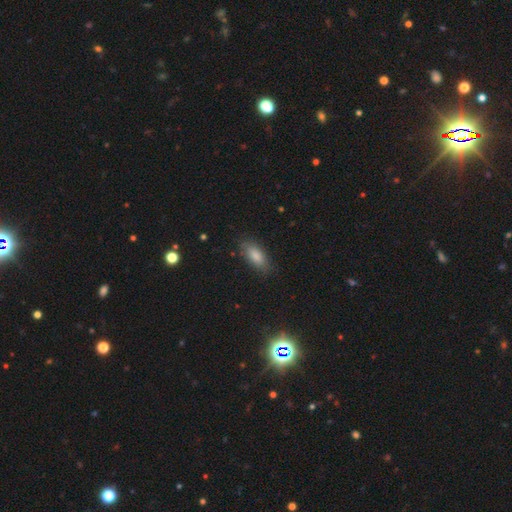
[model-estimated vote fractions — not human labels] Q: Smooth or featured?
A: smooth (84%); runner-up: featured or disk (9%)
Q: How rounded?
A: in between (84%); runner-up: cigar-shaped (13%)
Q: Merging?
A: none (79%); runner-up: minor disturbance (16%)